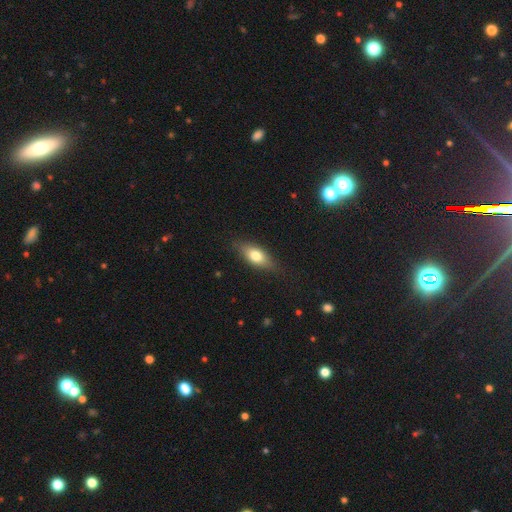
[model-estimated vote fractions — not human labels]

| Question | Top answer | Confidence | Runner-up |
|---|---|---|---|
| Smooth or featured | smooth | 70% | featured or disk (23%) |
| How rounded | in between | 77% | cigar-shaped (18%) |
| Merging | none | 80% | minor disturbance (16%) |